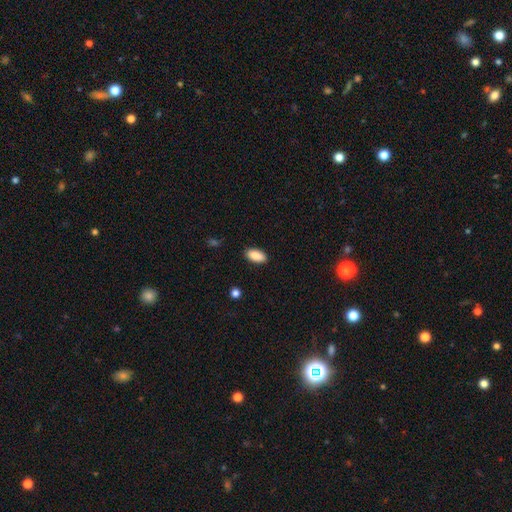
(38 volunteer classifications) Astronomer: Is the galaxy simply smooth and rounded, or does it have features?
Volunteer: smooth — 87%.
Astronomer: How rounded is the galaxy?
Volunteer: in between — 94%.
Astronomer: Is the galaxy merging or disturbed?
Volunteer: none — 94%.